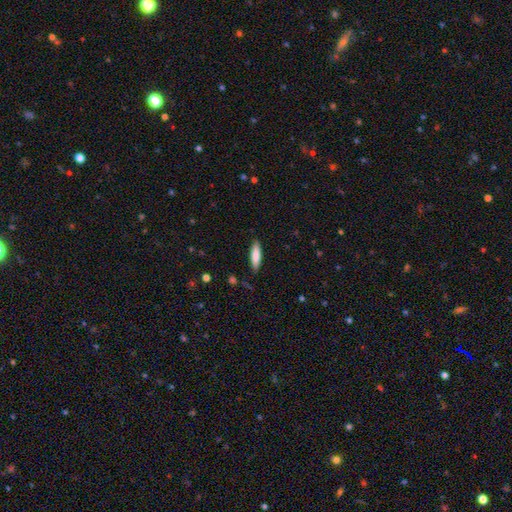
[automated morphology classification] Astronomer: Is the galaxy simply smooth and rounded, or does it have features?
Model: smooth — 80%.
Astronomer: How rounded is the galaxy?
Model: cigar-shaped — 66%.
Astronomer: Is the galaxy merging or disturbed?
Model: none — 84%.